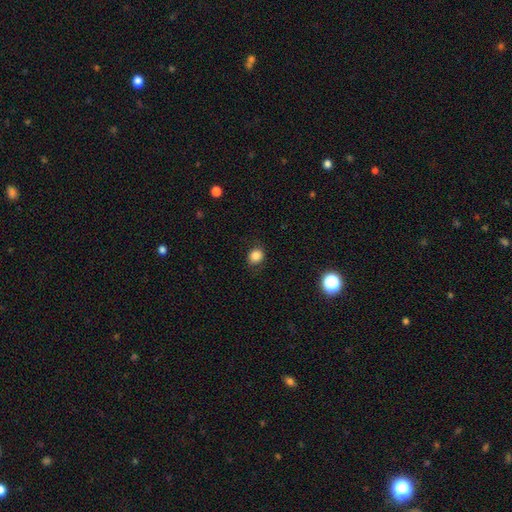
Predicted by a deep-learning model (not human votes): Smooth or featured: smooth — 84% (star or artifact — 11%)
How rounded: round — 66% (in between — 33%)
Merging: none — 80% (minor disturbance — 15%)